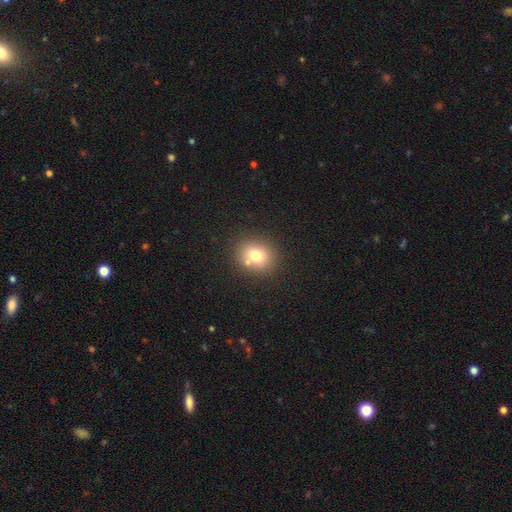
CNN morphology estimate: The model was most divided on "how rounded": round: 70%, in between: 29%, cigar-shaped: 1%. More confident: smooth or featured — smooth (73%); merging — none (72%).